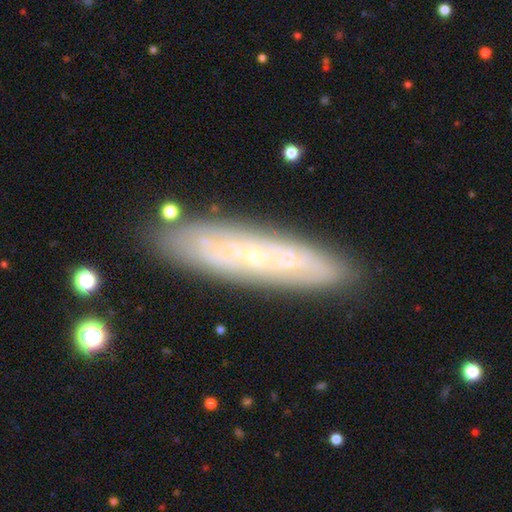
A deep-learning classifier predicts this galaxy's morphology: Smooth or featured?
  - featured or disk: 69% *
  - smooth: 24%
  - star or artifact: 8%
Edge-on disk?
  - no: 64% *
  - yes: 36%
Merging?
  - none: 84% *
  - minor disturbance: 11%
  - major disturbance: 3%
  - merger: 2%